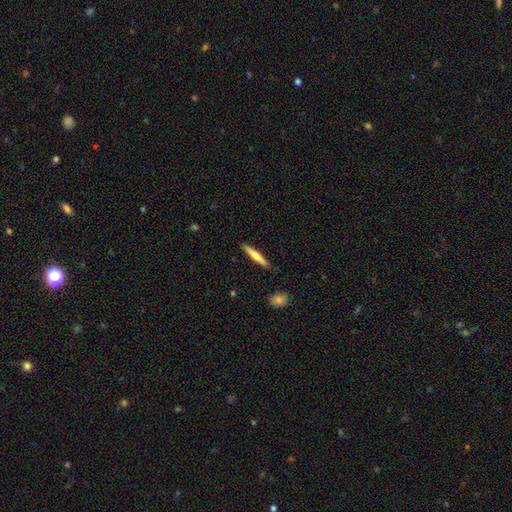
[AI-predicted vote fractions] Smooth or featured?
  - smooth: 54% *
  - featured or disk: 40%
  - star or artifact: 5%
How rounded?
  - cigar-shaped: 92% *
  - in between: 7%
  - round: 1%
Merging?
  - none: 89% *
  - minor disturbance: 8%
  - major disturbance: 2%
  - merger: 1%